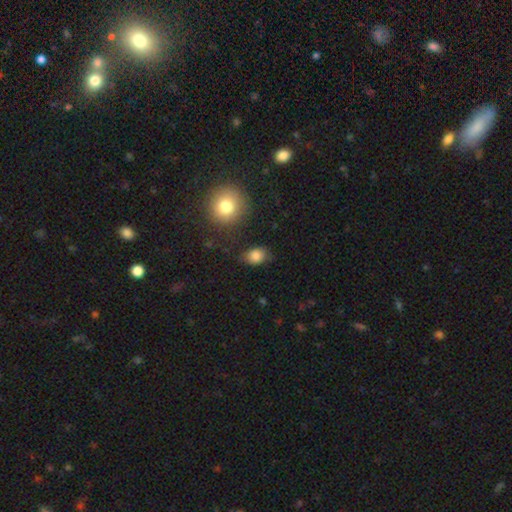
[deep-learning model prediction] Smooth or featured? Predicted: smooth (p=0.83). How rounded? Predicted: in between (p=0.64). Merging? Predicted: none (p=0.71).